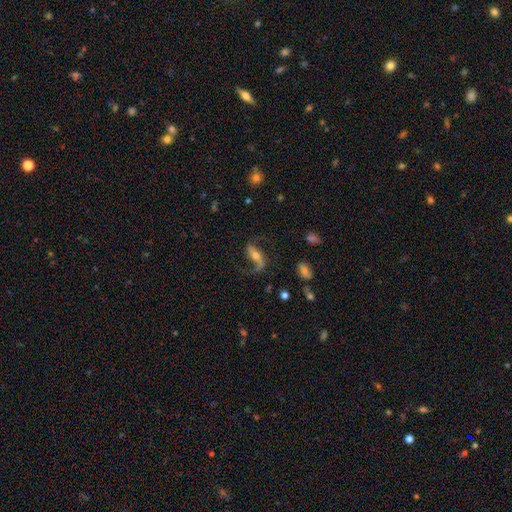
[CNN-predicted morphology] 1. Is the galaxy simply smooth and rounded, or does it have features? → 76% featured or disk, 16% smooth, 8% star or artifact.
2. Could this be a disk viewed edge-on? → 88% no, 12% yes.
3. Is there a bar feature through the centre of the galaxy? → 41% strong, 31% no, 28% weak.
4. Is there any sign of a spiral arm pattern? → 92% yes, 8% no.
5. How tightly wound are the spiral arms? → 73% loose, 21% medium, 6% tight.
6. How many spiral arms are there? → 72% 2, 22% 1, 3% can't tell, 1% 3, 1% 4, 1% more than 4.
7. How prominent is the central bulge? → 56% moderate, 34% small, 6% large, 2% none, 2% dominant.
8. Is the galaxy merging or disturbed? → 60% none, 21% major disturbance, 17% minor disturbance, 3% merger.